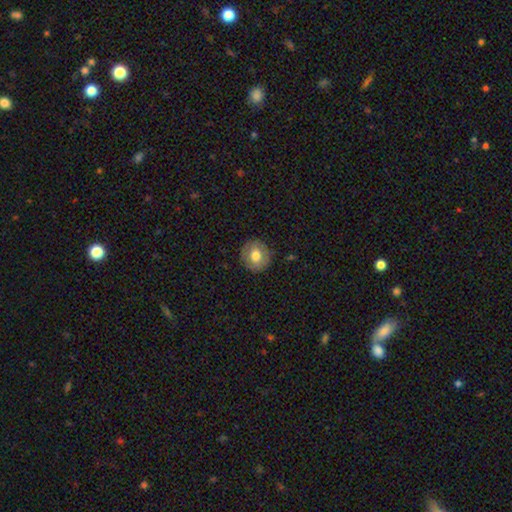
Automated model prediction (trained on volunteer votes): Smooth or featured: smooth — 71% (featured or disk — 21%)
How rounded: round — 90% (in between — 9%)
Merging: none — 88% (minor disturbance — 9%)